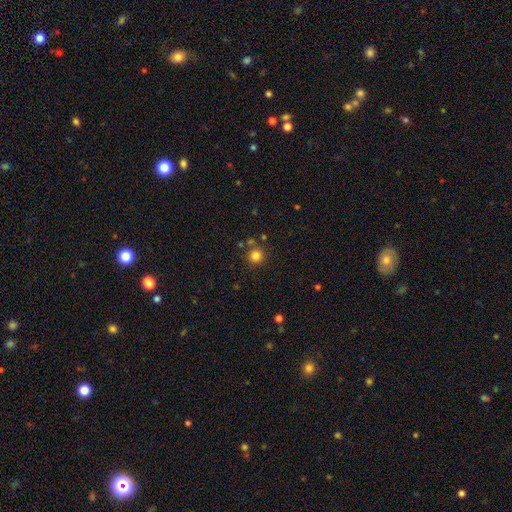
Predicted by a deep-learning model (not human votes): smooth_or_featured: smooth (p=0.82) [alt: star or artifact p=0.13]
how_rounded: round (p=0.94) [alt: in between p=0.05]
merging: none (p=0.81) [alt: merger p=0.09]